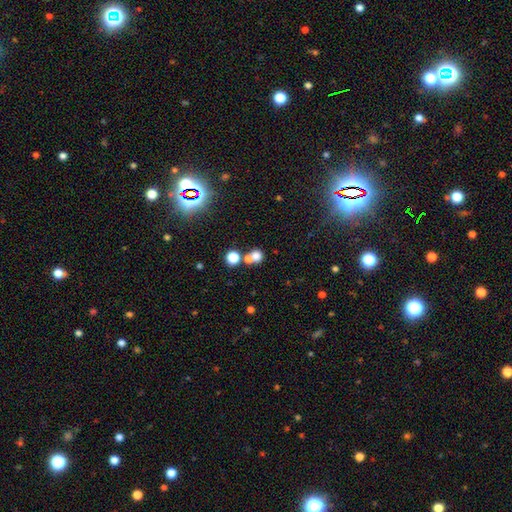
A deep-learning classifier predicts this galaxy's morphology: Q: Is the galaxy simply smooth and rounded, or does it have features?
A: smooth — 70%.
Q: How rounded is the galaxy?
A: round — 83%.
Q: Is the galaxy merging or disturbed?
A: none — 50%.